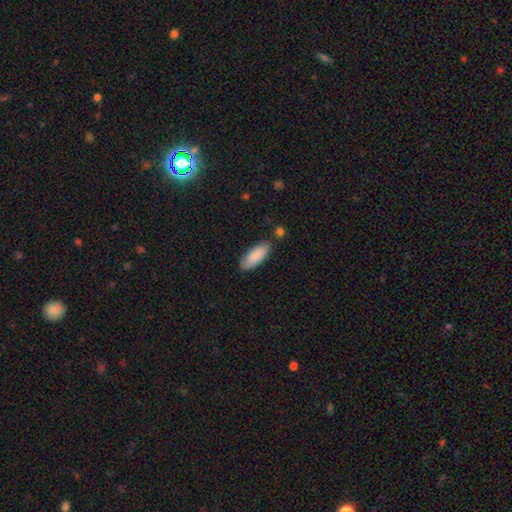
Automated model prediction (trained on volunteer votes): Overall: smooth (87%). How rounded: in between (76%). Merging: none (80%).